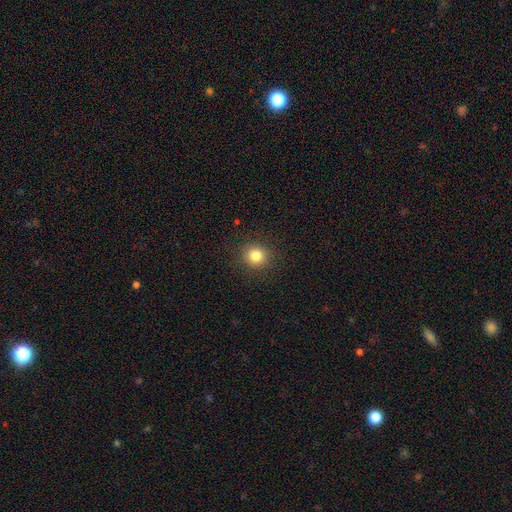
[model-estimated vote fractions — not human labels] Smooth or featured? Predicted: smooth (p=0.82). How rounded? Predicted: round (p=0.92). Merging? Predicted: none (p=0.91).